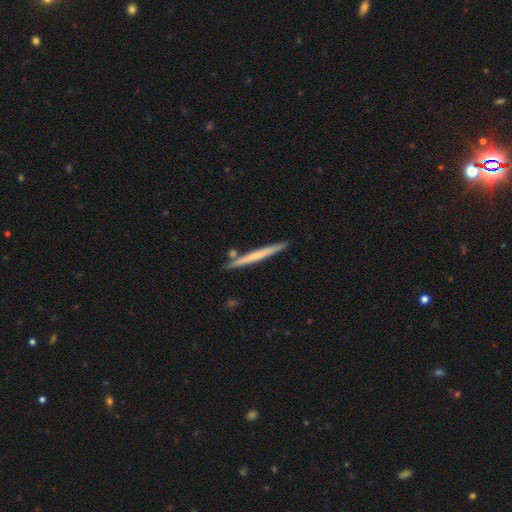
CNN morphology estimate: This is possibly a smooth galaxy (49%). Merging: clearly none (86%).